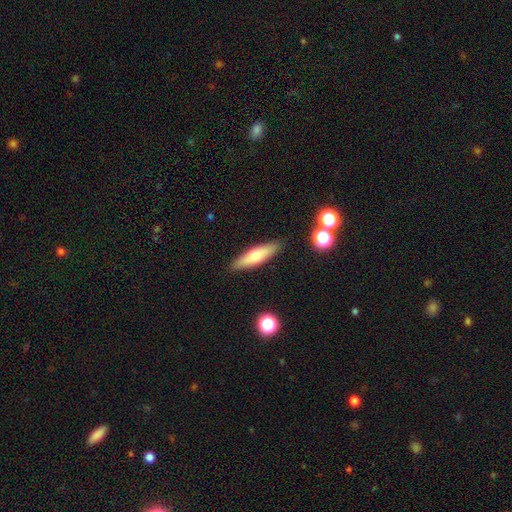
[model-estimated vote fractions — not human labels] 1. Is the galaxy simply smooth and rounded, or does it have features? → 59% smooth, 34% featured or disk, 7% star or artifact.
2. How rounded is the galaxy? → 68% cigar-shaped, 30% in between, 2% round.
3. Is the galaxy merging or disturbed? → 88% none, 8% minor disturbance, 2% major disturbance, 2% merger.